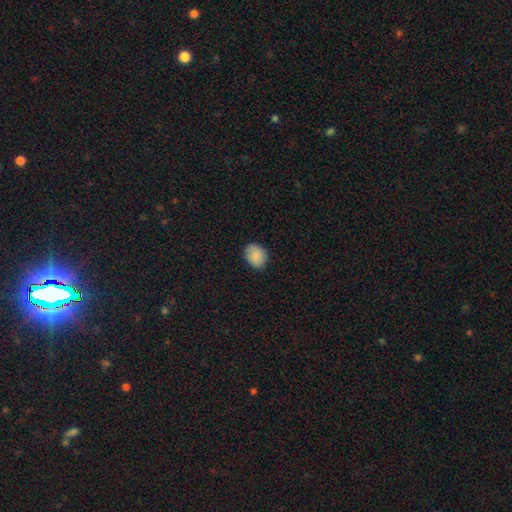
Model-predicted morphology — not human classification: A smooth galaxy with no disk features (88%) that is in between round and cigar-shaped (50%).

Vote fractions:
- Smooth or featured? smooth: 88% / star or artifact: 7% / featured or disk: 5%
- How rounded? in between: 50% / round: 49% / cigar-shaped: 1%
- Merging? none: 84% / minor disturbance: 13% / major disturbance: 2% / merger: 1%